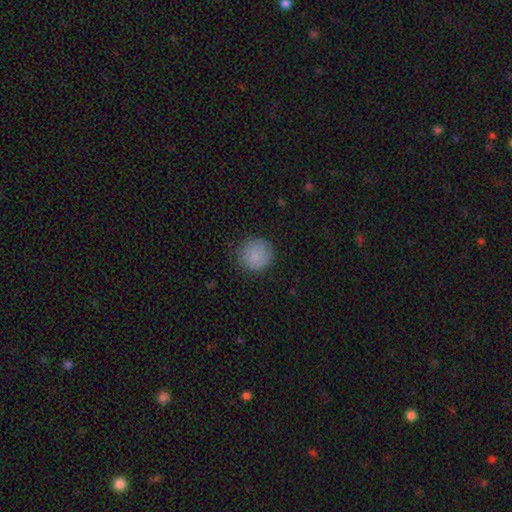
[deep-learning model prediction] Overall: smooth (86%). How rounded: round (94%). Merging: none (85%).